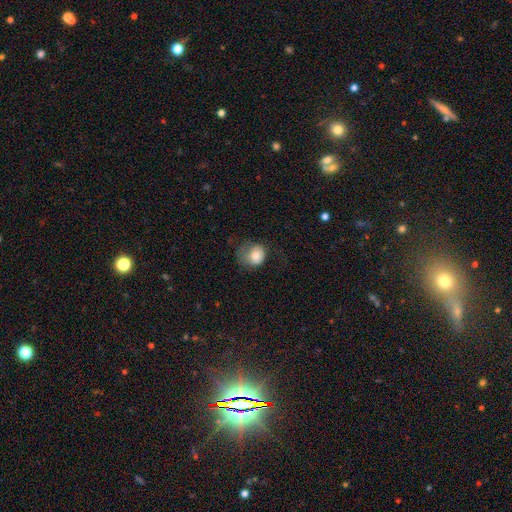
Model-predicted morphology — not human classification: smooth-or-featured: smooth: 76% | featured or disk: 15% | star or artifact: 9%
  how-rounded: round: 71% | in between: 28% | cigar-shaped: 1%
  merging: major disturbance: 35% | none: 34% | minor disturbance: 29% | merger: 2%